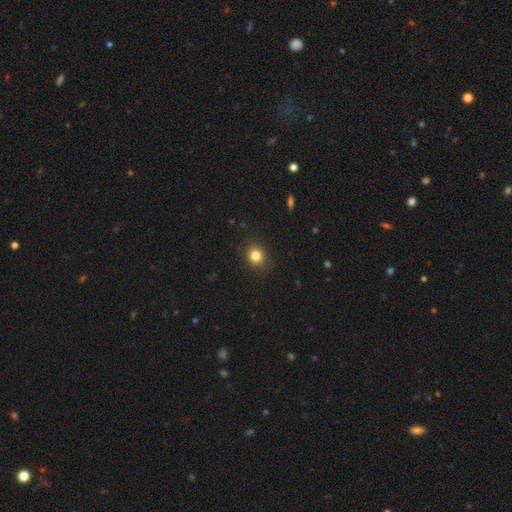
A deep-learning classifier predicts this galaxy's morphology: Q: Smooth or featured?
A: smooth (83%); runner-up: star or artifact (12%)
Q: How rounded?
A: round (83%); runner-up: in between (16%)
Q: Merging?
A: none (89%); runner-up: minor disturbance (8%)